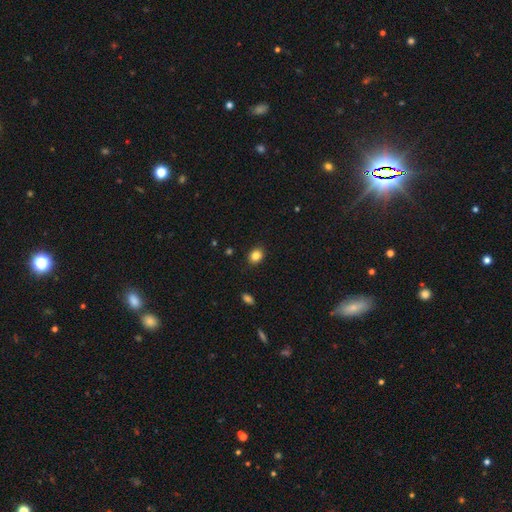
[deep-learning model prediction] Morphology: type=smooth (84%); roundness=round (52%); merging=none (89%).